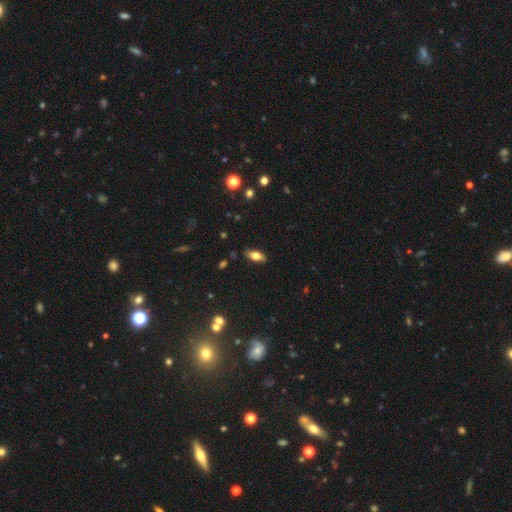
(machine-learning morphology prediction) smooth-or-featured: smooth: 67% | featured or disk: 25% | star or artifact: 8%
  how-rounded: in between: 82% | cigar-shaped: 15% | round: 4%
  merging: none: 87% | minor disturbance: 10% | major disturbance: 2% | merger: 1%